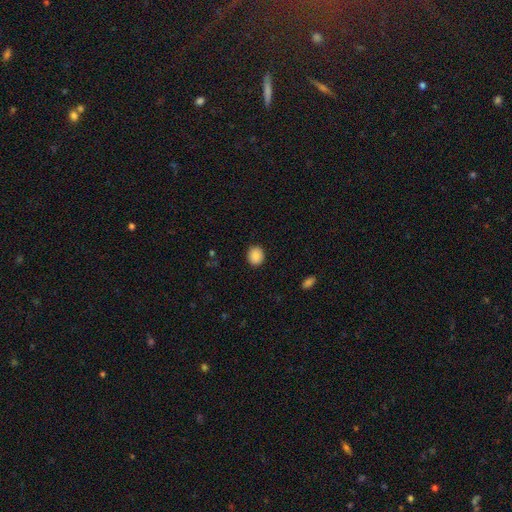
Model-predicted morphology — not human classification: A smooth galaxy with no disk features (88%) that is round (70%).

Vote fractions:
- Smooth or featured? smooth: 88% / star or artifact: 8% / featured or disk: 4%
- How rounded? round: 70% / in between: 29% / cigar-shaped: 1%
- Merging? none: 90% / minor disturbance: 7% / major disturbance: 2% / merger: 1%